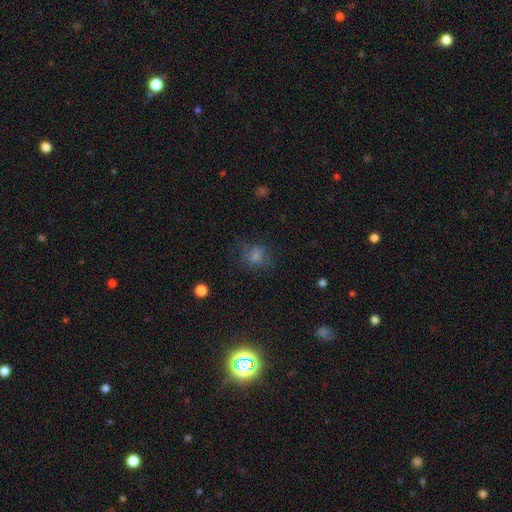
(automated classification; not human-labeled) Smooth or featured: smooth — 71% (star or artifact — 15%)
How rounded: round — 63% (in between — 36%)
Merging: none — 58% (minor disturbance — 22%)